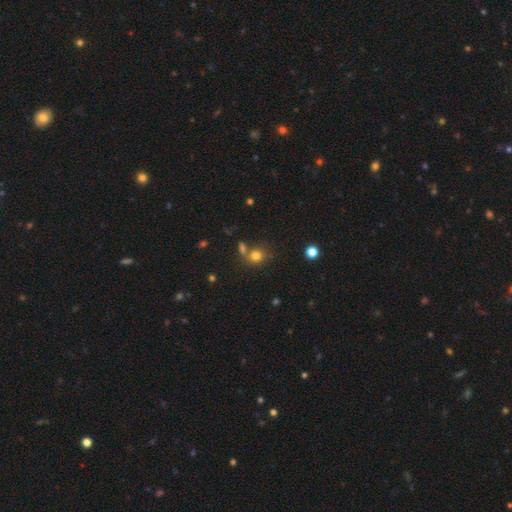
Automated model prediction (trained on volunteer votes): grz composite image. It shows a smooth galaxy with no disk features (77%) that is round (76%). Merging: none (60%).